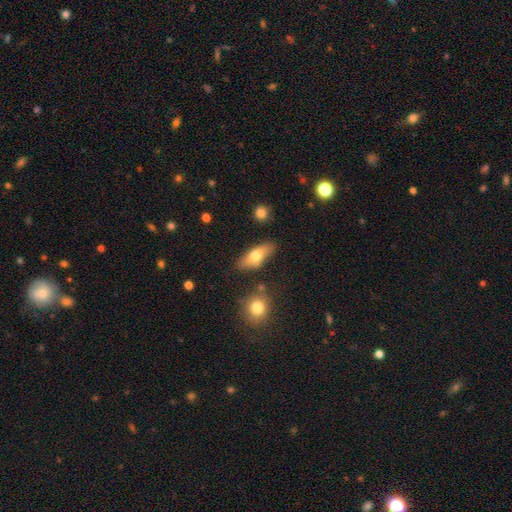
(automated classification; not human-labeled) smooth 65%, featured or disk 28%, star or artifact 7%. Down the decision tree: how rounded — in between (71%); merging — none (79%).